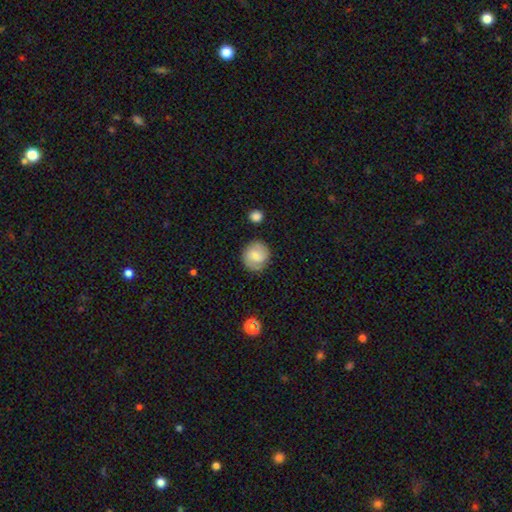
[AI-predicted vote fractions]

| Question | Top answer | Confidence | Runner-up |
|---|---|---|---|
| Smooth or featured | smooth | 53% | featured or disk (39%) |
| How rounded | round | 87% | in between (12%) |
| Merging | none | 80% | minor disturbance (13%) |